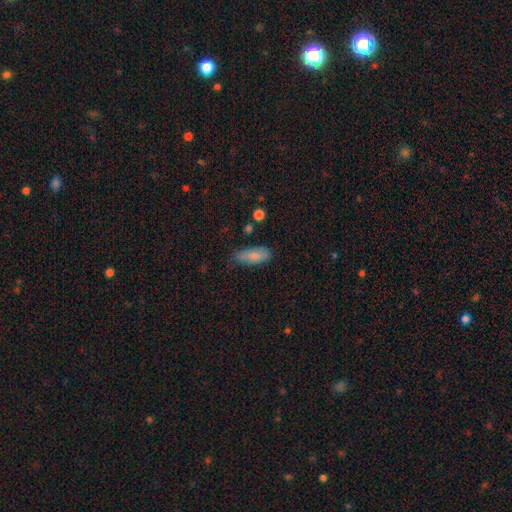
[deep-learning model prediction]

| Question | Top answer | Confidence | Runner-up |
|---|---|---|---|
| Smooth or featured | smooth | 83% | featured or disk (10%) |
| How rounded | in between | 76% | cigar-shaped (22%) |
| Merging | none | 57% | minor disturbance (32%) |